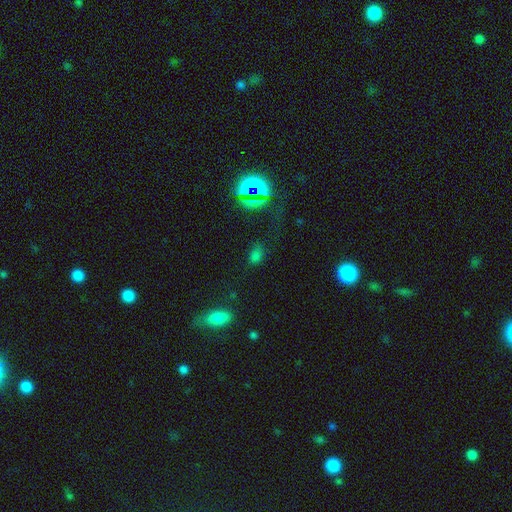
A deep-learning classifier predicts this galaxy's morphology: Smooth or featured? smooth (58%)
How rounded? in between (79%)
Merging? none (70%)